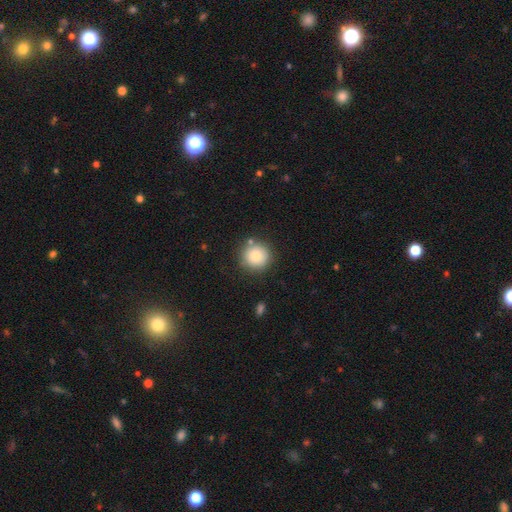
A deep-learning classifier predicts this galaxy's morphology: A smooth galaxy with no disk features (82%) that is round (94%). Merging: none (84%).